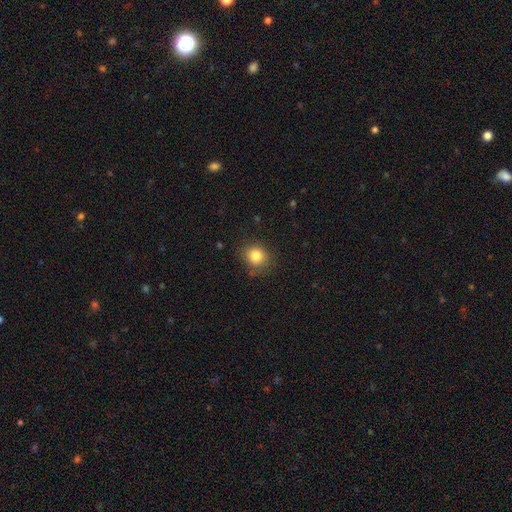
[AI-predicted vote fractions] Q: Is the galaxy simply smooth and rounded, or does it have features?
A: smooth — 82%.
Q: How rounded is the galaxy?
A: round — 80%.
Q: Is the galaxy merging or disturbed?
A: none — 79%.